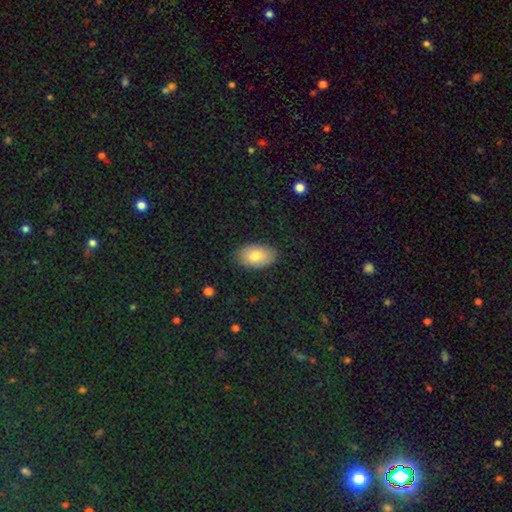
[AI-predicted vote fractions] This appears to be a smooth galaxy with no disk features (81%) that is in between round and cigar-shaped (93%). Merging: none (86%).